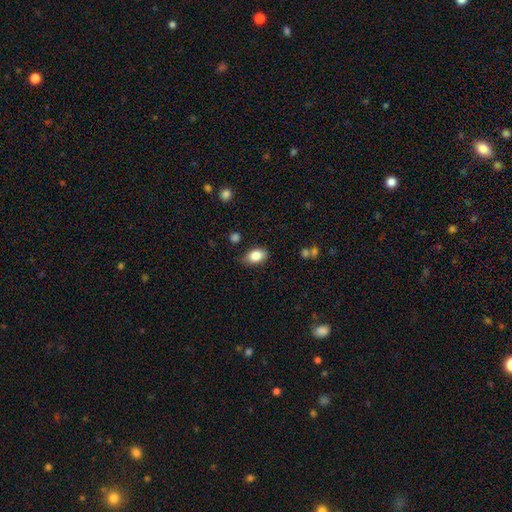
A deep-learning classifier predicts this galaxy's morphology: Smooth or featured? Predicted: smooth (p=0.84). How rounded? Predicted: in between (p=0.85). Merging? Predicted: none (p=0.76).